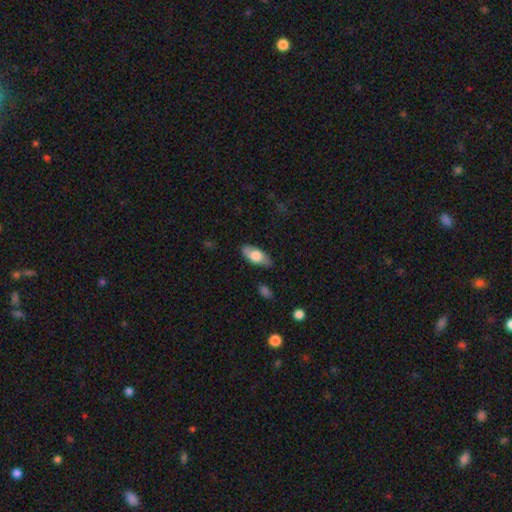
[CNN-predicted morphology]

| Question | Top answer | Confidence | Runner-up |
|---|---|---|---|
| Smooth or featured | smooth | 67% | featured or disk (27%) |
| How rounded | in between | 85% | cigar-shaped (12%) |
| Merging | none | 82% | minor disturbance (14%) |